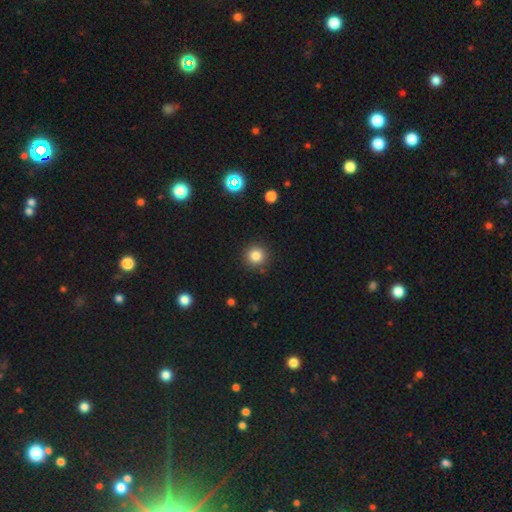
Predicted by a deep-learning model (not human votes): Overall: smooth (84%). How rounded: round (94%). Merging: none (90%).